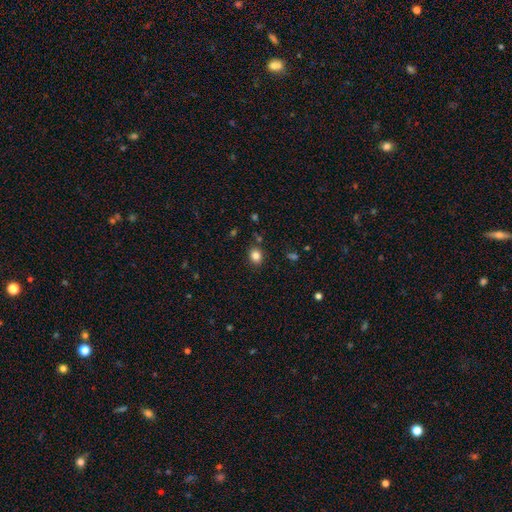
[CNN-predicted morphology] type=smooth (83%); roundness=round (63%); merging=none (85%).